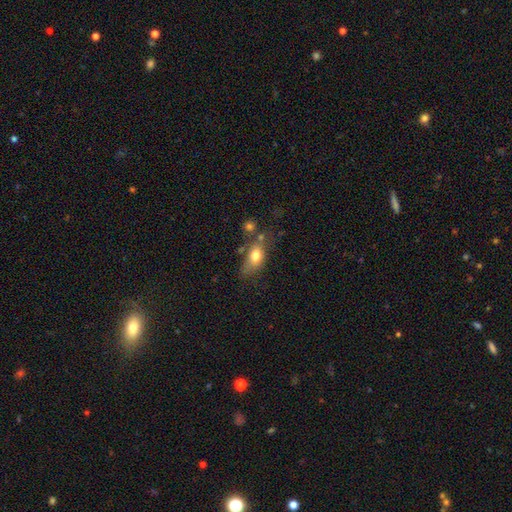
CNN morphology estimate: smooth-or-featured: smooth: 74% | featured or disk: 17% | star or artifact: 9%
  how-rounded: in between: 79% | round: 13% | cigar-shaped: 8%
  merging: none: 45% | minor disturbance: 25% | merger: 17% | major disturbance: 13%